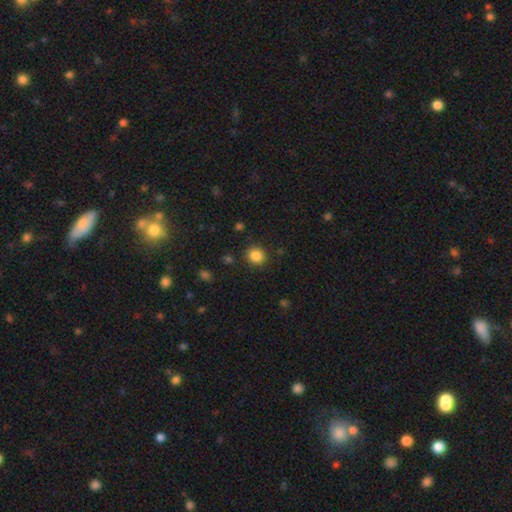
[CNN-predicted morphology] A smooth galaxy with no disk features (86%) that is round (83%). Merging: none (88%).